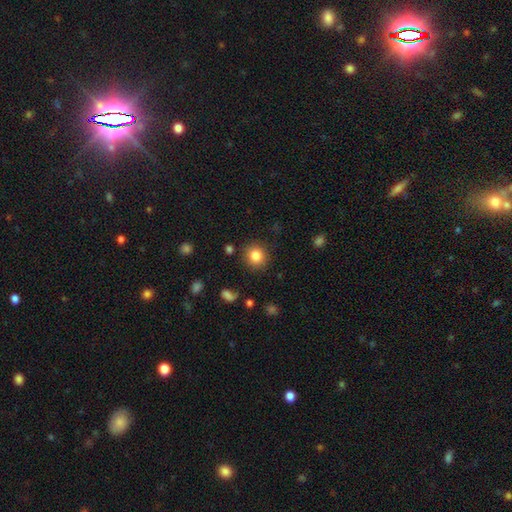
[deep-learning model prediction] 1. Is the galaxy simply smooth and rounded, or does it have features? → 83% smooth, 11% star or artifact, 6% featured or disk.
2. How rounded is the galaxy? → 89% round, 10% in between, 1% cigar-shaped.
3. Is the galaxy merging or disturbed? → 88% none, 7% minor disturbance, 3% major disturbance, 2% merger.